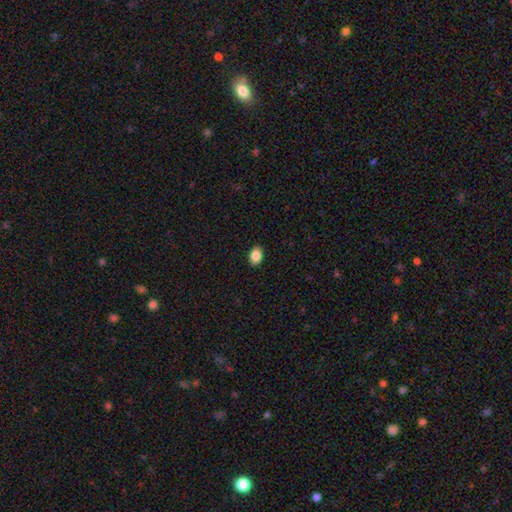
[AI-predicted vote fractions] smooth_or_featured: smooth (p=0.87) [alt: star or artifact p=0.08]
how_rounded: in between (p=0.83) [alt: round p=0.15]
merging: none (p=0.89) [alt: minor disturbance p=0.08]